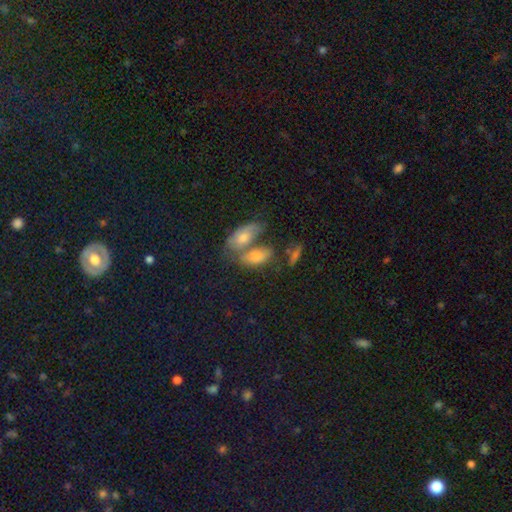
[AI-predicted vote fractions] Smooth or featured? smooth (65%)
How rounded? in between (87%)
Merging? merger (55%)